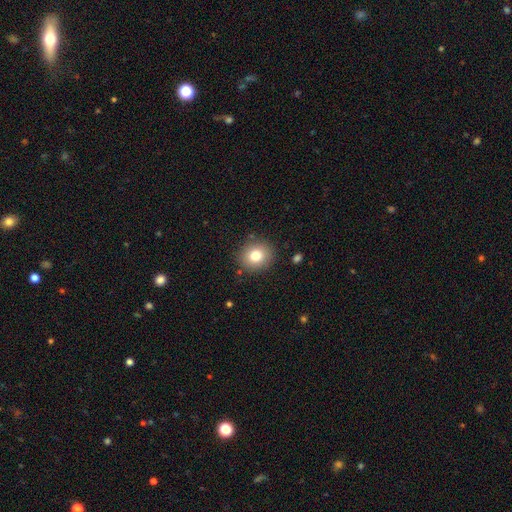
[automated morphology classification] Overall: smooth (79%). How rounded: round (81%). Merging: none (87%).